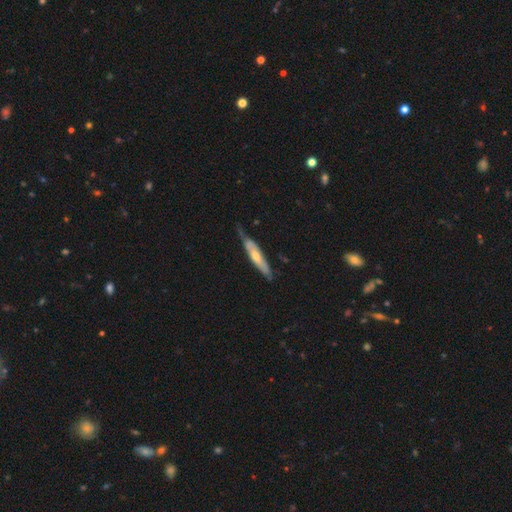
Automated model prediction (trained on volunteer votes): This is possibly a featured or disk galaxy (57%). It is likely viewed edge-on (70%). Merging: possibly none (58%).